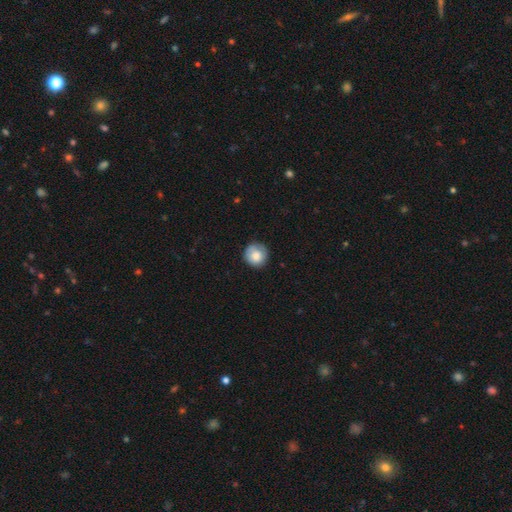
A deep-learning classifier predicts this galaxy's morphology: The model was most divided on "merging": none: 82%, minor disturbance: 14%, major disturbance: 3%, merger: 1%. More confident: how rounded — round (95%); smooth or featured — smooth (81%).